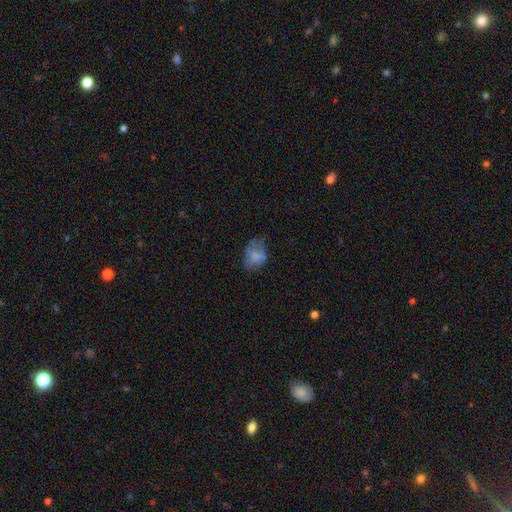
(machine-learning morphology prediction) This appears to be a smooth galaxy with no disk features (65%) that is in between round and cigar-shaped (70%). Merging: none (46%).